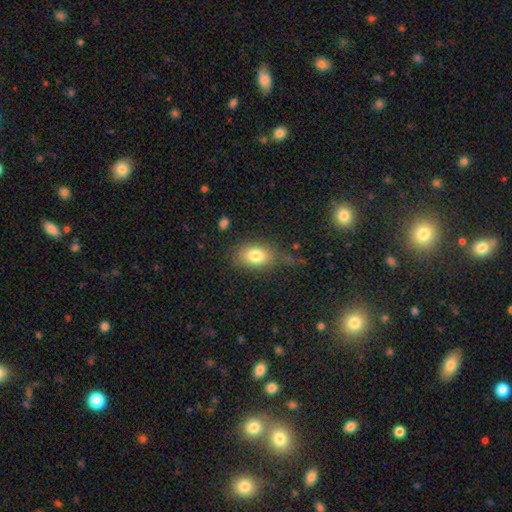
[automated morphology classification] Smooth or featured? Predicted: smooth (p=0.80). How rounded? Predicted: in between (p=0.83). Merging? Predicted: none (p=0.70).